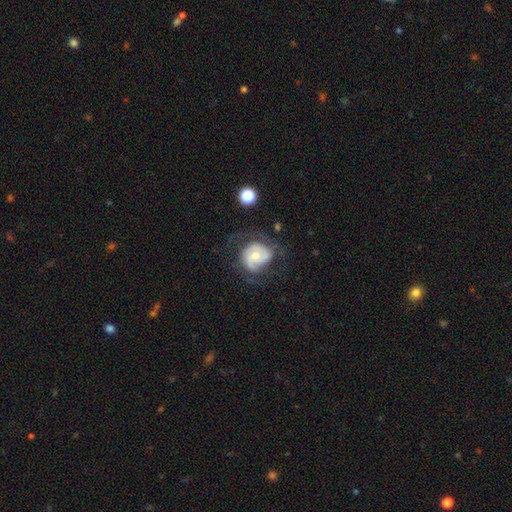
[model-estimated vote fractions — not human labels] Smooth or featured? featured or disk (65%)
Edge-on disk? no (98%)
Bar? no (68%)
Spiral arms? yes (85%)
Spiral winding? medium (41%)
Spiral arm count? 2 (50%)
Bulge size? small (51%)
Merging? none (51%)